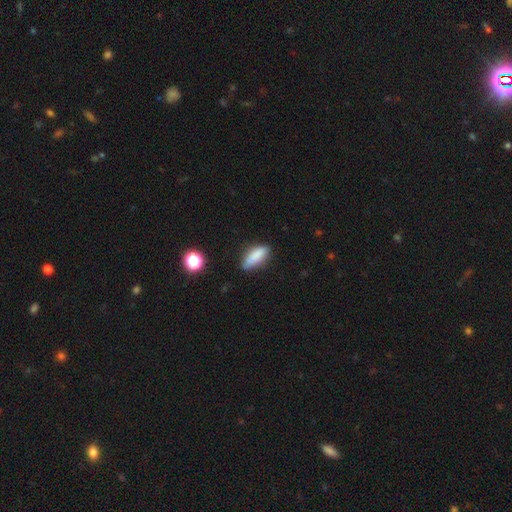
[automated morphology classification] A smooth galaxy with no disk features (83%) that is in between round and cigar-shaped (62%). Merging: none (70%).